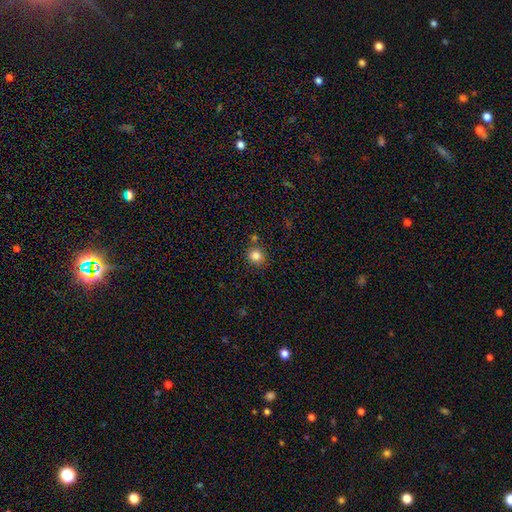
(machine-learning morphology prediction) This is clearly a smooth galaxy (83%). How rounded: clearly round (89%). Merging: clearly none (81%).